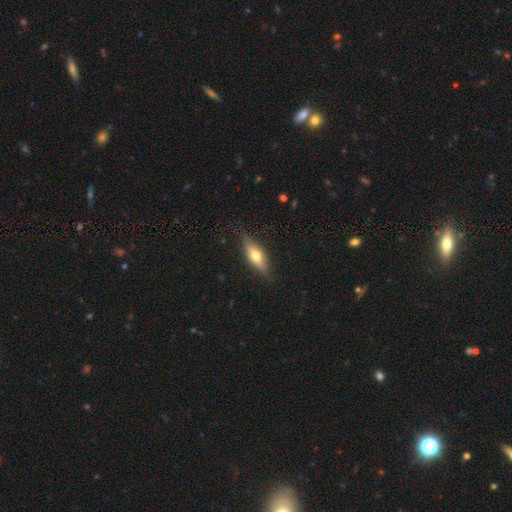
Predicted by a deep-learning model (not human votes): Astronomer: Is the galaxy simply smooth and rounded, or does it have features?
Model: smooth — 50% (runner-up: featured or disk, 43%).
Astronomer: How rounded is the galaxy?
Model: in between — 52% (runner-up: cigar-shaped, 45%).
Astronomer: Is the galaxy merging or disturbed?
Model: none — 84%.